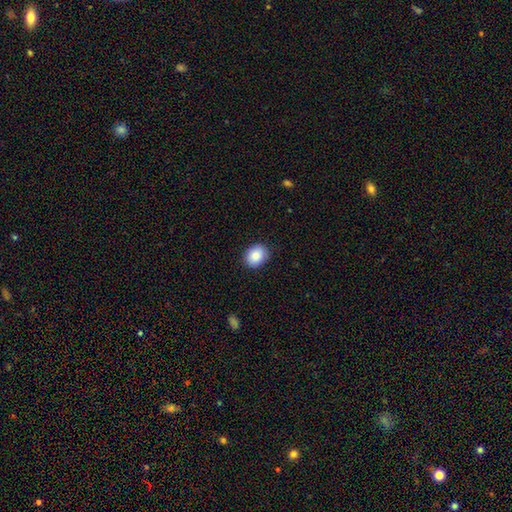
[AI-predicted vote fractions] This appears to be a smooth galaxy with no disk features (88%) that is in between round and cigar-shaped (50%). Merging: none (87%).